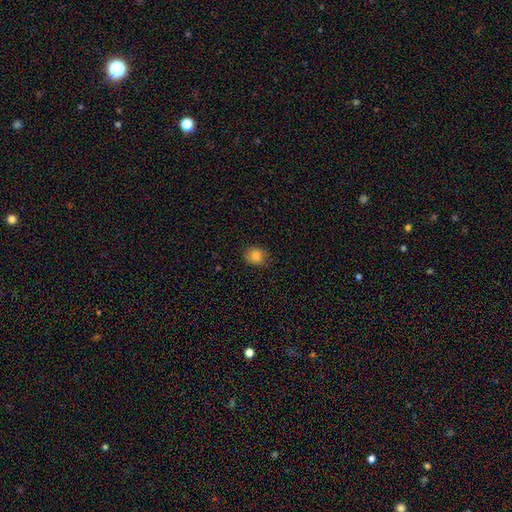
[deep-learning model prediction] Morphology: type=smooth (82%); roundness=round (61%); merging=none (83%).